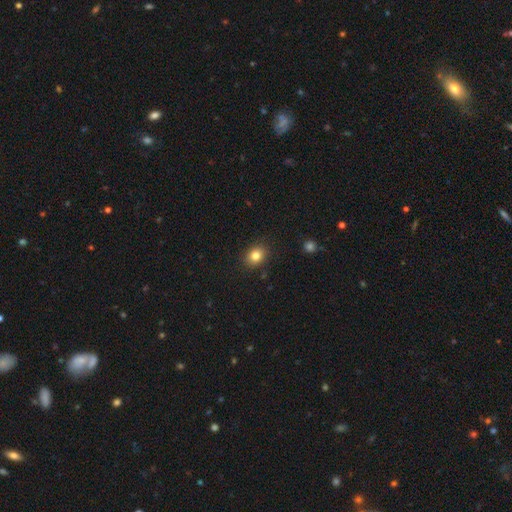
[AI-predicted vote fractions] smooth-or-featured: smooth: 83% | star or artifact: 10% | featured or disk: 6%
  how-rounded: in between: 51% | round: 48% | cigar-shaped: 1%
  merging: none: 88% | minor disturbance: 9% | major disturbance: 2% | merger: 1%